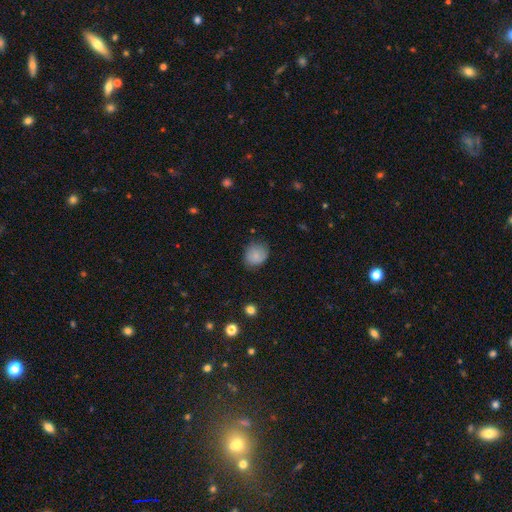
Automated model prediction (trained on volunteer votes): Smooth or featured? smooth (79%)
How rounded? round (64%)
Merging? none (72%)